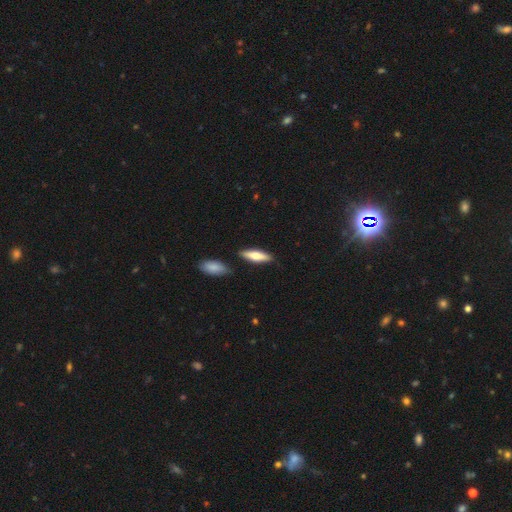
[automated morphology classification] A smooth galaxy with no disk features (65%) that is cigar-shaped (55%).

Vote fractions:
- Smooth or featured? smooth: 65% / featured or disk: 29% / star or artifact: 5%
- How rounded? cigar-shaped: 55% / in between: 43% / round: 2%
- Merging? none: 85% / minor disturbance: 9% / merger: 4% / major disturbance: 2%